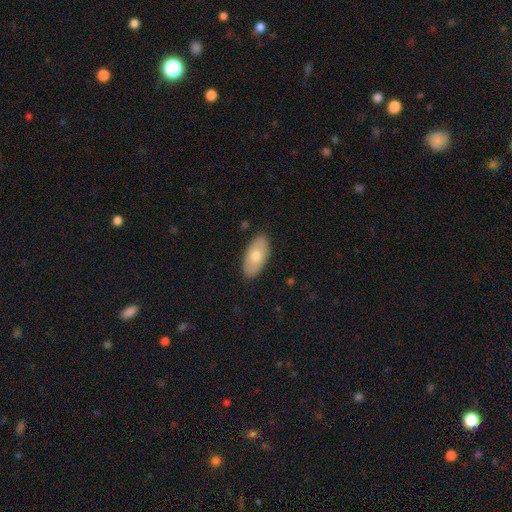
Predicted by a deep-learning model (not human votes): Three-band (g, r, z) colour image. It shows a smooth galaxy with no disk features (68%) that is in between round and cigar-shaped (93%). Merging: none (86%).